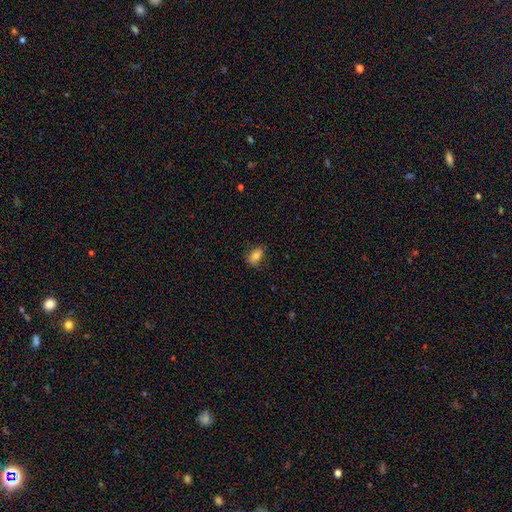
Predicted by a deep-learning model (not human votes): Smooth or featured: smooth — 79% (featured or disk — 12%)
How rounded: in between — 83% (round — 14%)
Merging: none — 75% (minor disturbance — 19%)